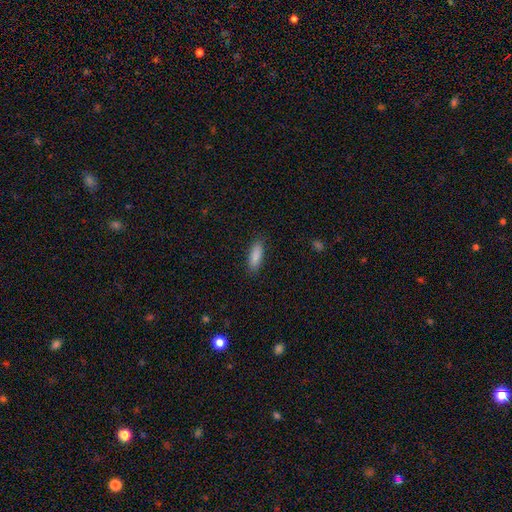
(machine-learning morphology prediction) Smooth or featured: smooth — 88% (star or artifact — 6%)
How rounded: in between — 57% (cigar-shaped — 41%)
Merging: none — 87% (minor disturbance — 10%)